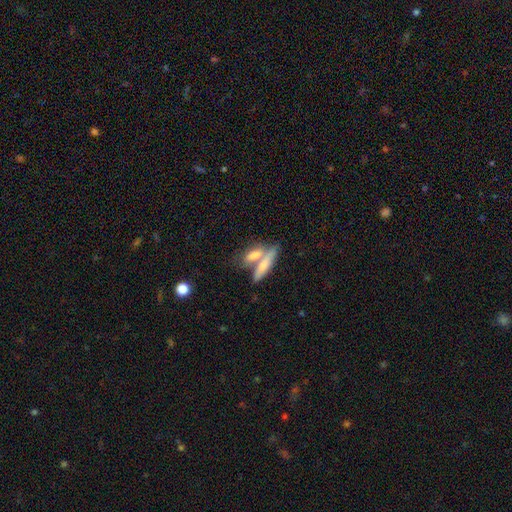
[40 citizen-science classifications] Smooth or featured?
  - smooth: 57% *
  - featured or disk: 35%
  - star or artifact: 8%
How rounded?
  - in between: 65% *
  - cigar-shaped: 35%
  - round: 0%
Merging?
  - none: 57% *
  - merger: 35%
  - minor disturbance: 5%
  - major disturbance: 3%